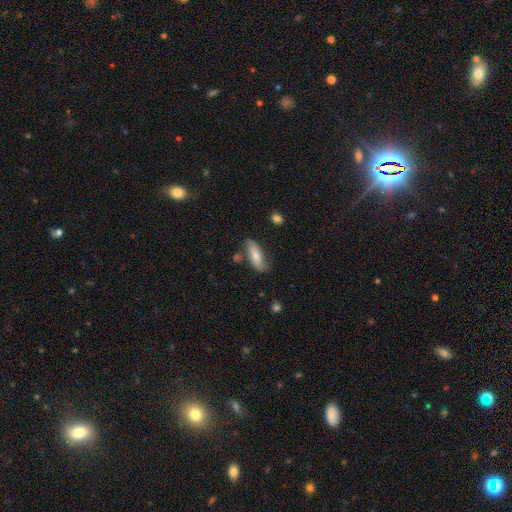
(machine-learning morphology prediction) type=smooth (69%); roundness=in between (67%); merging=none (66%).